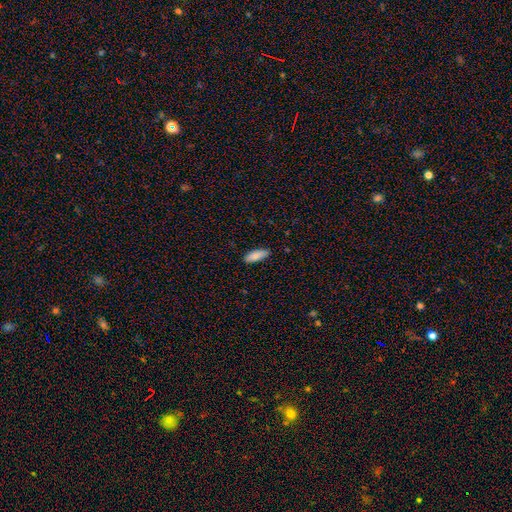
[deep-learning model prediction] smooth-or-featured: smooth: 85% | featured or disk: 9% | star or artifact: 6%
  how-rounded: in between: 70% | cigar-shaped: 28% | round: 2%
  merging: none: 86% | minor disturbance: 11% | major disturbance: 2% | merger: 1%